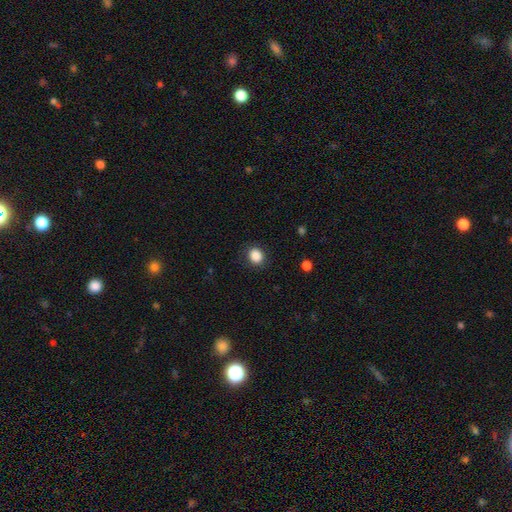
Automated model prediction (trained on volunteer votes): This appears to be a smooth galaxy with no disk features (87%) that is round (69%). Merging: none (87%).